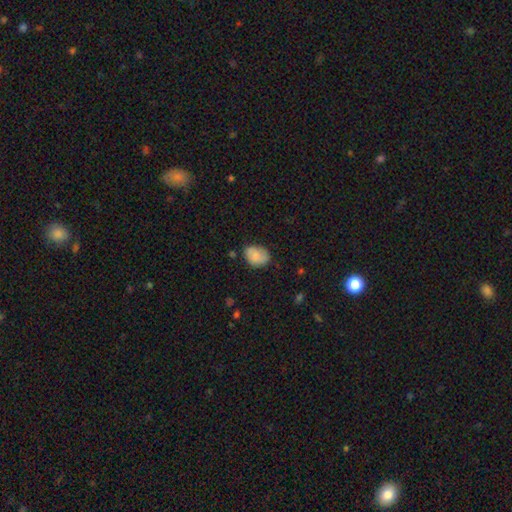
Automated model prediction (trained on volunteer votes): The model was most divided on "how rounded": in between: 68%, round: 31%, cigar-shaped: 1%. More confident: smooth or featured — smooth (76%); merging — none (69%).